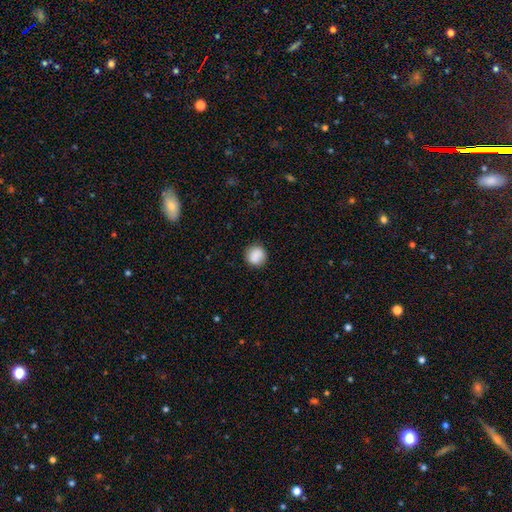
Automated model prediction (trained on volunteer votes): smooth 85%, star or artifact 8%, featured or disk 7%. Down the decision tree: how rounded — round (90%); merging — none (84%).